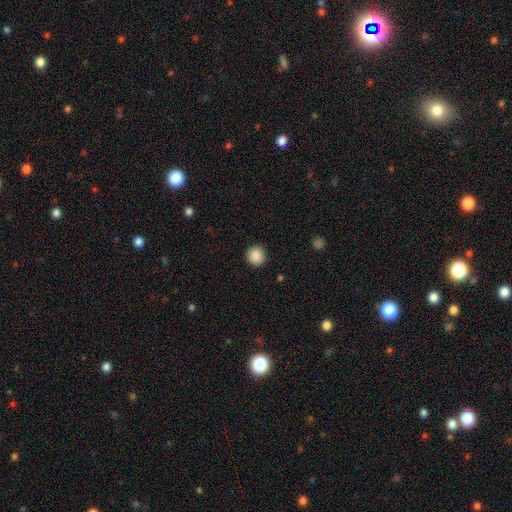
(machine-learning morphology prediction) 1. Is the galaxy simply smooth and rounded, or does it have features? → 88% smooth, 9% star or artifact, 3% featured or disk.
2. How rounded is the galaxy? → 93% round, 6% in between, 1% cigar-shaped.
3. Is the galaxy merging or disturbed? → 91% none, 6% minor disturbance, 2% major disturbance, 1% merger.